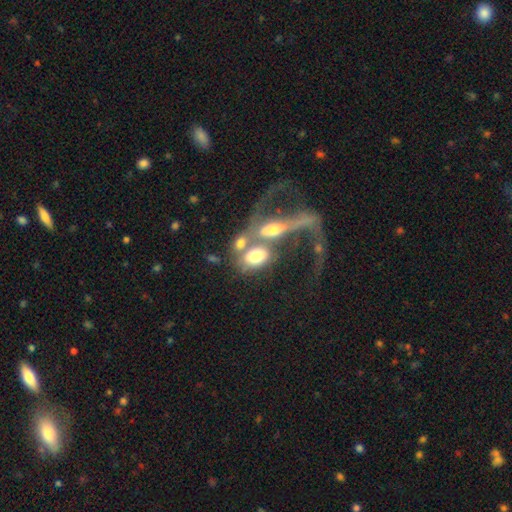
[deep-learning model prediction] A smooth galaxy with no disk features (55%) that is in between round and cigar-shaped (84%). Merging: merger (66%).